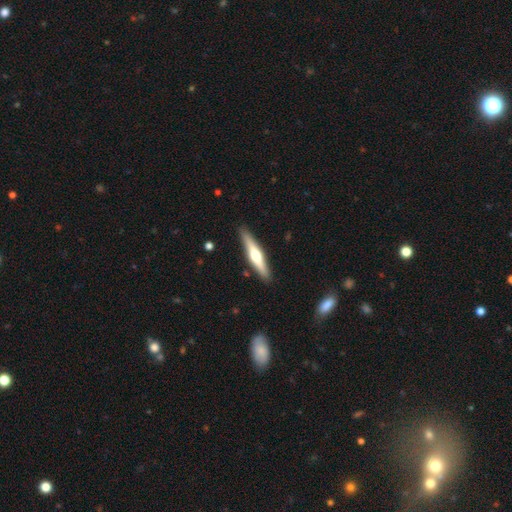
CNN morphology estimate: Smooth or featured: featured or disk — 60% (smooth — 35%)
Edge-on disk: yes — 96% (no — 4%)
Edge-on bulge: rounded — 91% (none — 4%)
Merging: none — 89% (minor disturbance — 8%)